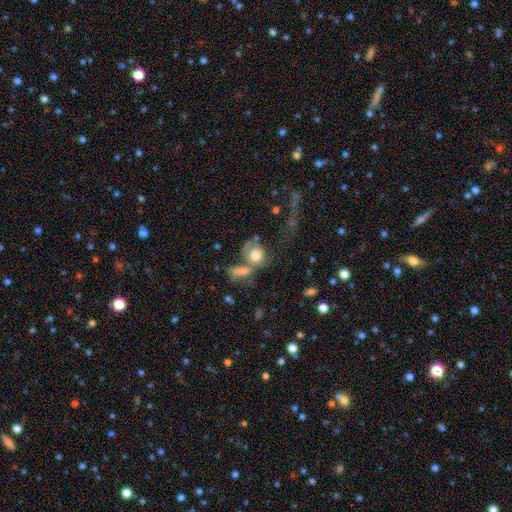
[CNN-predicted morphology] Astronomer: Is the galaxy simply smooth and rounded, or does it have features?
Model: smooth — 66%.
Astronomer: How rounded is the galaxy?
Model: round — 64%.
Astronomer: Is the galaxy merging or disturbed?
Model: merger — 46% (runner-up: none, 23%).